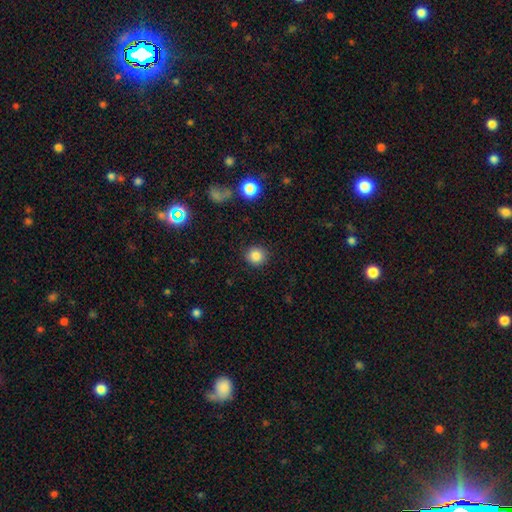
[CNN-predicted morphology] This appears to be a smooth galaxy with no disk features (85%) that is round (90%). Merging: none (89%).